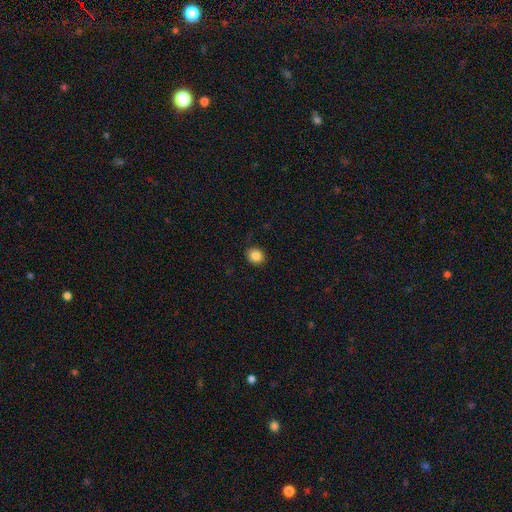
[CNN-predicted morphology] A smooth galaxy with no disk features (85%) that is round (74%).

Vote fractions:
- Smooth or featured? smooth: 85% / star or artifact: 10% / featured or disk: 5%
- How rounded? round: 74% / in between: 25% / cigar-shaped: 1%
- Merging? none: 89% / minor disturbance: 8% / major disturbance: 2% / merger: 1%